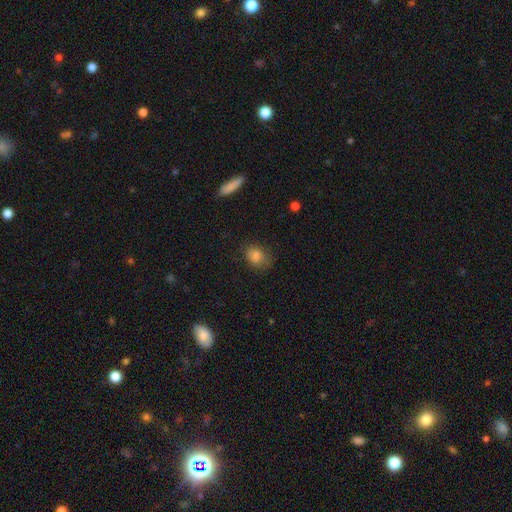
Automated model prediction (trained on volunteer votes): Smooth or featured? smooth (81%)
How rounded? in between (58%)
Merging? none (70%)